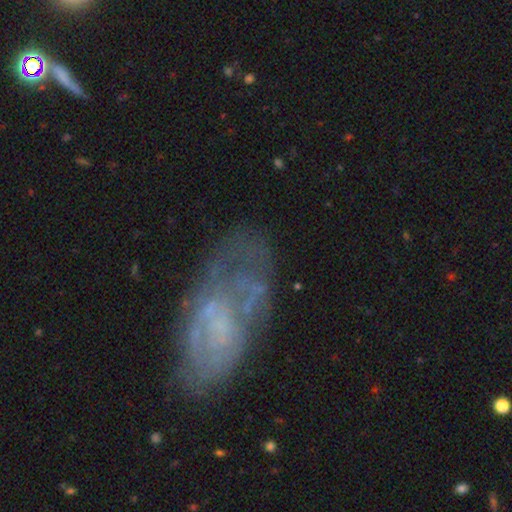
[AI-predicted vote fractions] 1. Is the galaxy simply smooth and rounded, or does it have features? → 64% featured or disk, 25% smooth, 11% star or artifact.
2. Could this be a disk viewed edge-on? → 94% no, 6% yes.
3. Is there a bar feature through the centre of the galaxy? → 81% no, 15% weak, 4% strong.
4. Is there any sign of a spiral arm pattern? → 57% no, 43% yes.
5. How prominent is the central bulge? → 63% none, 22% small, 11% moderate, 3% large, 1% dominant.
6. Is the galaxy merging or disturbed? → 55% none, 23% minor disturbance, 18% major disturbance, 4% merger.